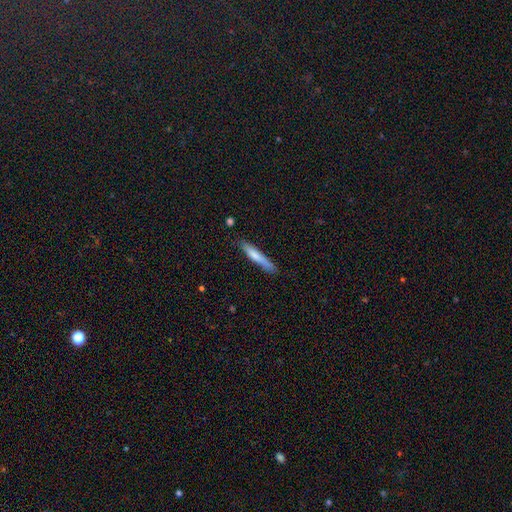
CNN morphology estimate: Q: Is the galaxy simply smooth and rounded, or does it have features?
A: smooth — 72%.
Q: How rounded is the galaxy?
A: cigar-shaped — 93%.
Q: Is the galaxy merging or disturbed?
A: none — 79%.